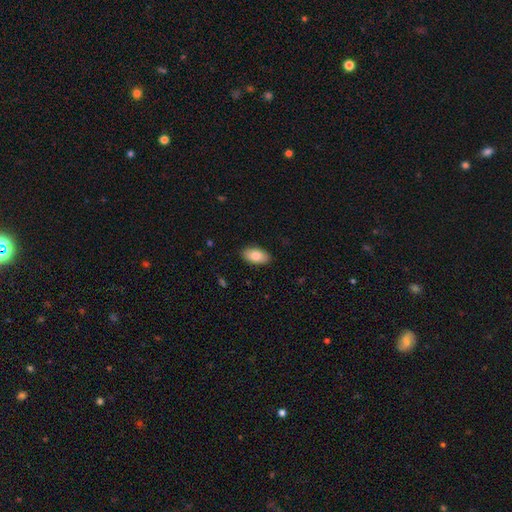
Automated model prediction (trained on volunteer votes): smooth 82%, featured or disk 11%, star or artifact 6%. Down the decision tree: how rounded — in between (94%); merging — none (89%).